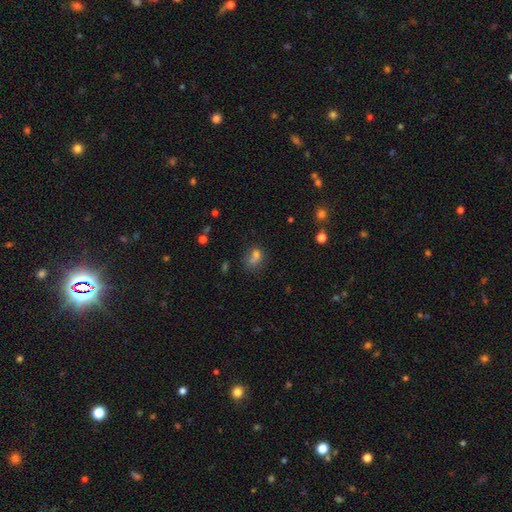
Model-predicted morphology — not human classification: Q: Smooth or featured?
A: smooth (65%); runner-up: star or artifact (21%)
Q: How rounded?
A: round (50%); runner-up: in between (48%)
Q: Merging?
A: none (37%); tied with: merger (37%)